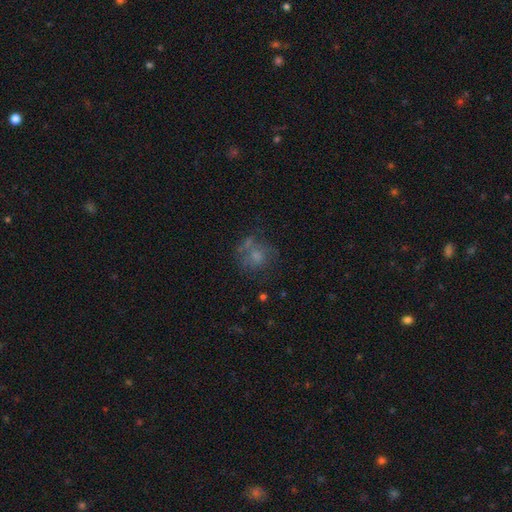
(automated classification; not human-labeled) Smooth or featured? Predicted: smooth (p=0.54). How rounded? Predicted: round (p=0.75). Merging? Predicted: none (p=0.47).